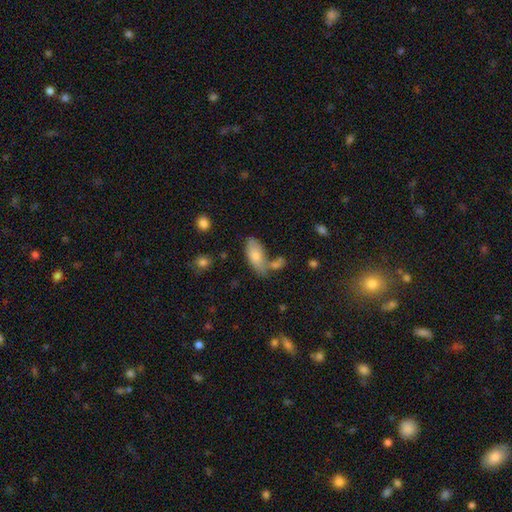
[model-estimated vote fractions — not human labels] Overall: smooth (75%). How rounded: in between (89%). Merging: none (45%; merger 26%).